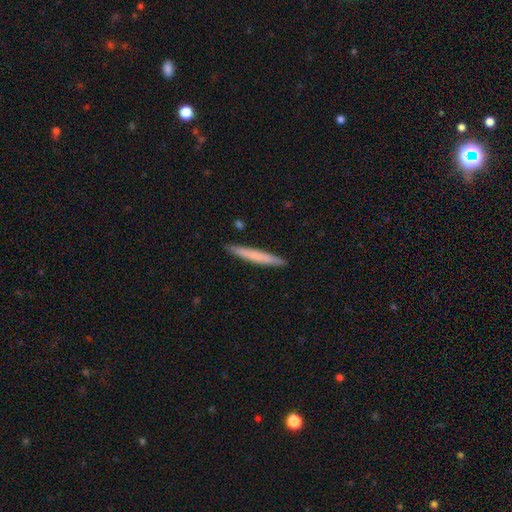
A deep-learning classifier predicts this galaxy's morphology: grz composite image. It shows a smooth galaxy with no disk features (68%) that is cigar-shaped (96%). Merging: none (90%).